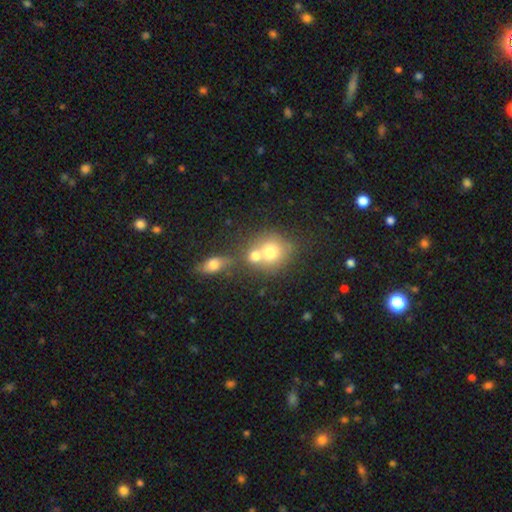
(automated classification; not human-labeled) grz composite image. It shows a smooth galaxy with no disk features (71%) that is round (77%). Merging: merger (59%).